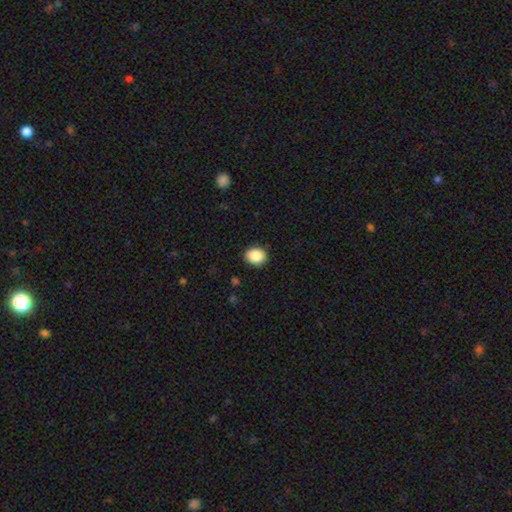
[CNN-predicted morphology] Smooth or featured? Predicted: smooth (p=0.87). How rounded? Predicted: round (p=0.60). Merging? Predicted: none (p=0.88).